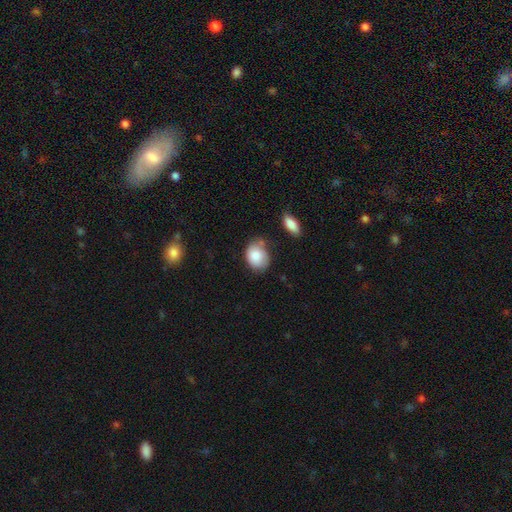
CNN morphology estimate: A smooth galaxy with no disk features (84%) that is in between round and cigar-shaped (64%). Merging: none (54%).